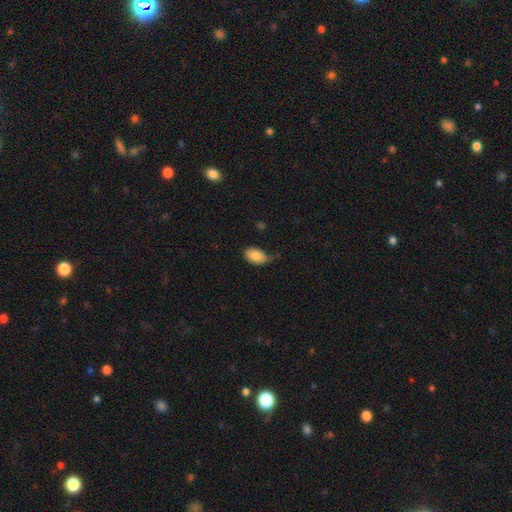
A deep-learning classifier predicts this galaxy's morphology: The model was most divided on "merging": none: 55%, minor disturbance: 34%, major disturbance: 8%, merger: 3%. More confident: how rounded — in between (91%); smooth or featured — smooth (86%).